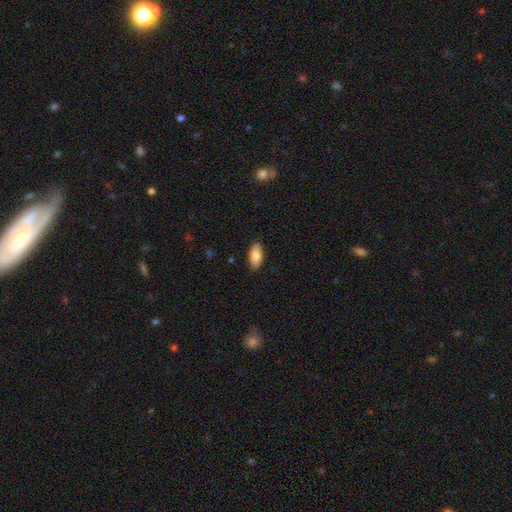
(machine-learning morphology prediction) This is clearly a smooth galaxy (85%). How rounded: clearly in between (89%). Merging: clearly none (89%).